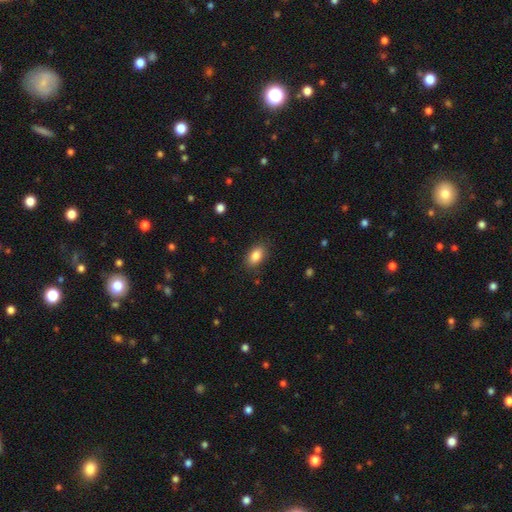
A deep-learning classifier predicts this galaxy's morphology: This appears to be a smooth galaxy with no disk features (85%) that is in between round and cigar-shaped (89%). Merging: none (85%).